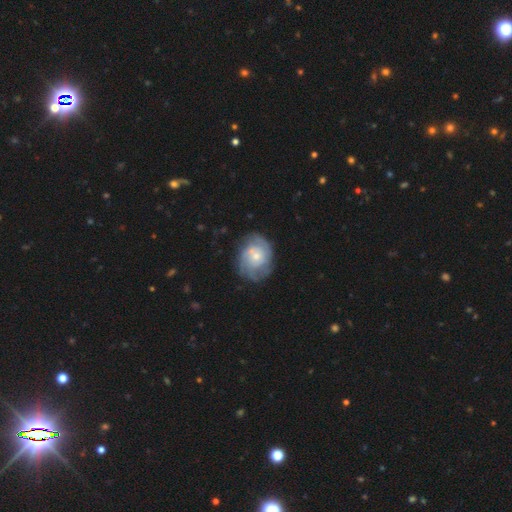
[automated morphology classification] Overall: featured or disk (68%). Edge-on disk: no (97%). Bar: no (77%). Spiral arms: yes (84%). Spiral arm count: can't tell (42%; 2 26%). Spiral winding: tight (51%; medium 35%). Bulge size: small (52%; moderate 39%). Merging: none (64%).